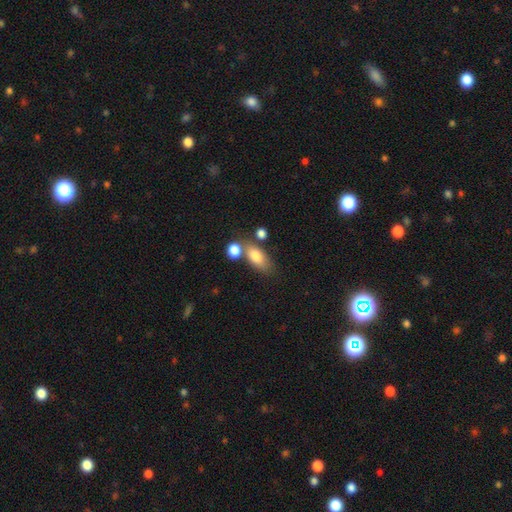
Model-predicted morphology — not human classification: type=smooth (79%); roundness=in between (82%); merging=none (52%).